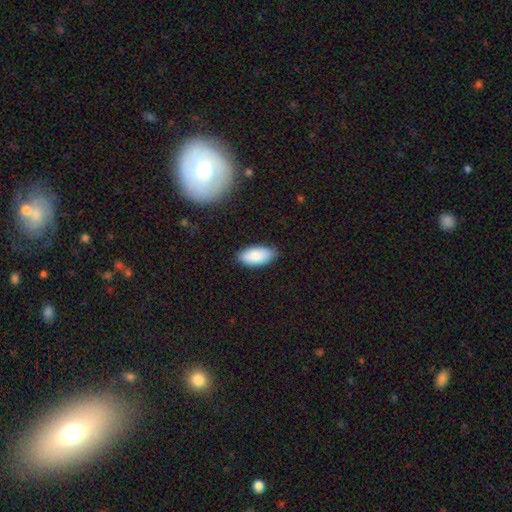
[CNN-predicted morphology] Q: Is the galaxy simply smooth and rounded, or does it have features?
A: smooth — 86%.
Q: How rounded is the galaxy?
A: in between — 93%.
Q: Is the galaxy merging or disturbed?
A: none — 84%.